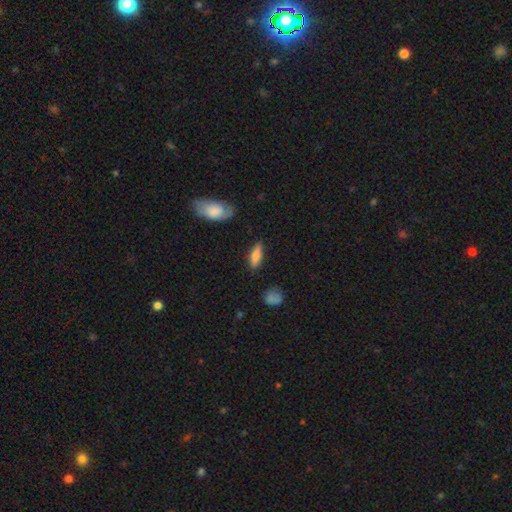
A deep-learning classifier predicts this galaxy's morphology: smooth-or-featured: smooth: 74% | featured or disk: 19% | star or artifact: 7%
  how-rounded: in between: 49% | cigar-shaped: 48% | round: 3%
  merging: none: 82% | minor disturbance: 13% | major disturbance: 3% | merger: 2%